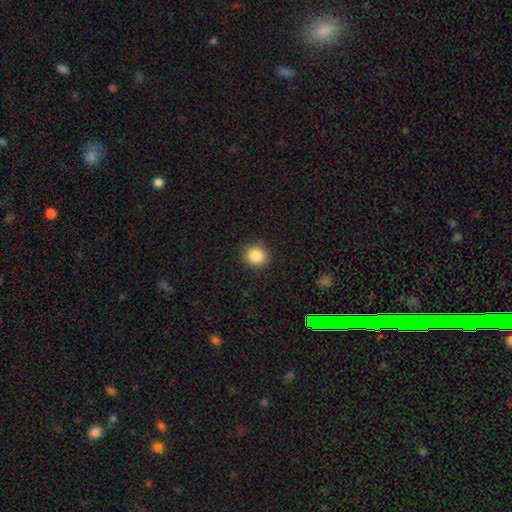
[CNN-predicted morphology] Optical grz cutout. It shows a smooth galaxy with no disk features (86%) that is round (83%). Merging: none (89%).